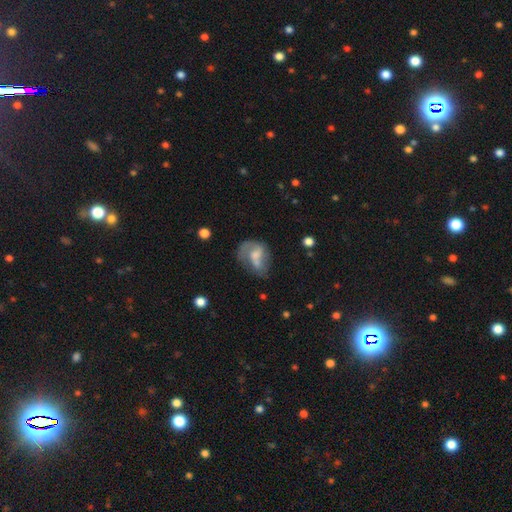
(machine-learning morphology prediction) The model was most divided on "merging": none: 33%, major disturbance: 27%, minor disturbance: 21%, merger: 19%. Remaining: edge-on disk — no (97%); spiral arms — yes (62%); bar — no (55%); smooth or featured — featured or disk (54%); bulge size — moderate (38%).